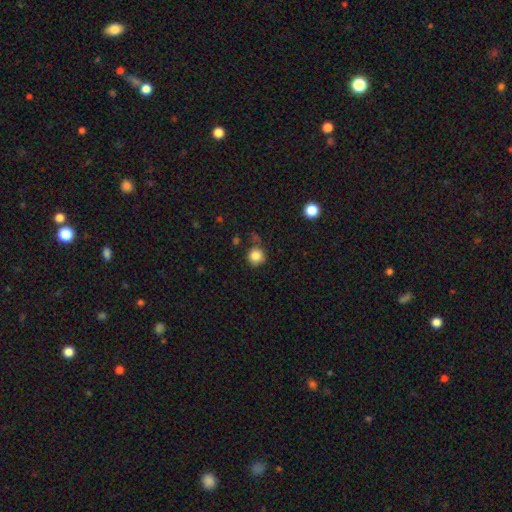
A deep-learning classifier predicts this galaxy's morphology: Smooth or featured? smooth (85%)
How rounded? round (91%)
Merging? none (71%)